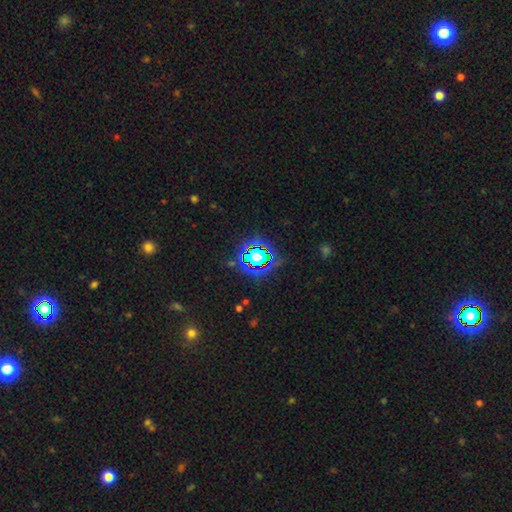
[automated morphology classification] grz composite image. It shows a star or artifact, not a galaxy (66%).